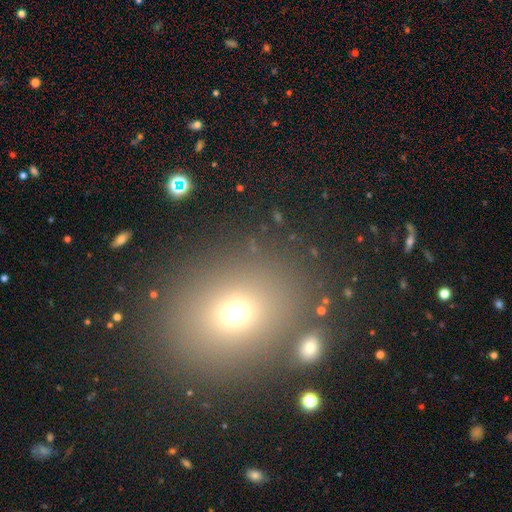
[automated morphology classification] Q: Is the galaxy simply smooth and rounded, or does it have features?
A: smooth — 64%.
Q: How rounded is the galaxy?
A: round — 62%.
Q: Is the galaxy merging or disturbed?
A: none — 83%.